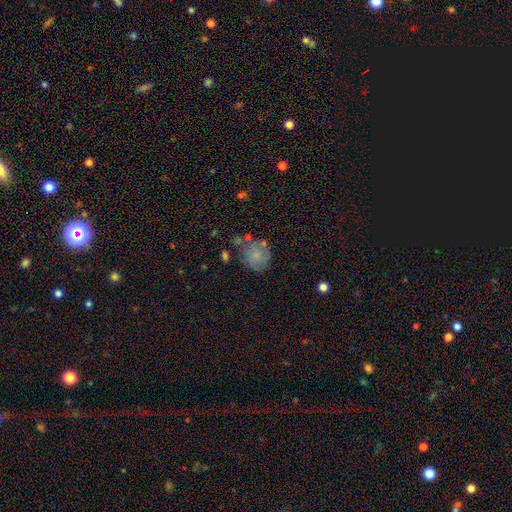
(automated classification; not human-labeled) Smooth or featured? Predicted: smooth (p=0.70). How rounded? Predicted: round (p=0.81). Merging? Predicted: none (p=0.56).